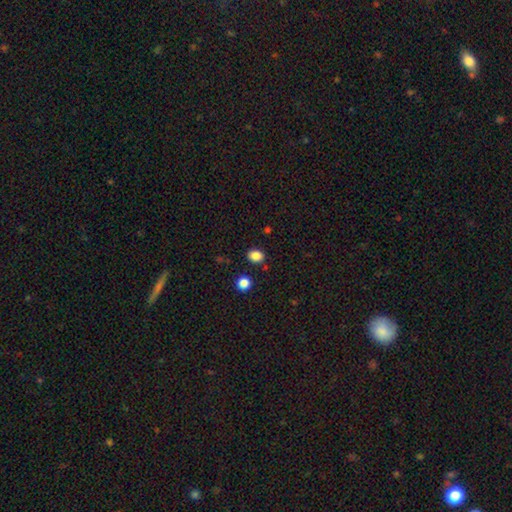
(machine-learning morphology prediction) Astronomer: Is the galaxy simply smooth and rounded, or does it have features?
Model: smooth — 86%.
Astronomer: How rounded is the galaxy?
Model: in between — 52% (runner-up: round, 47%).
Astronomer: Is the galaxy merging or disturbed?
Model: none — 85%.